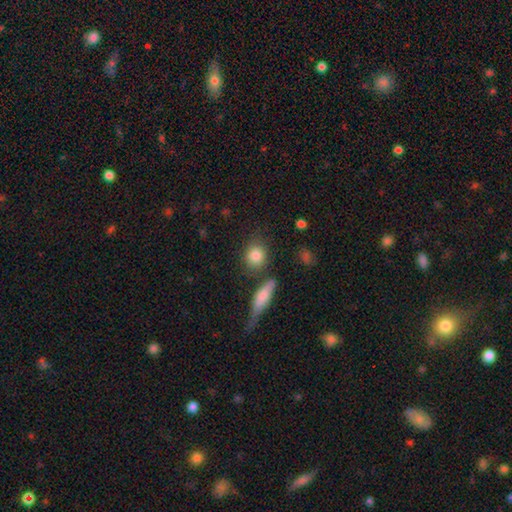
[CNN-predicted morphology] Smooth or featured?
  - smooth: 84% *
  - star or artifact: 8%
  - featured or disk: 8%
How rounded?
  - round: 71% *
  - in between: 25%
  - cigar-shaped: 4%
Merging?
  - none: 74% *
  - minor disturbance: 12%
  - merger: 11%
  - major disturbance: 4%